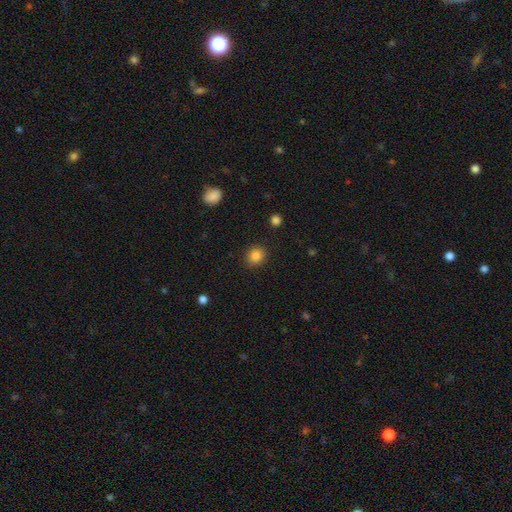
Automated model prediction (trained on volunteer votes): Q: Smooth or featured?
A: smooth (85%); runner-up: star or artifact (11%)
Q: How rounded?
A: round (79%); runner-up: in between (20%)
Q: Merging?
A: none (90%); runner-up: minor disturbance (7%)